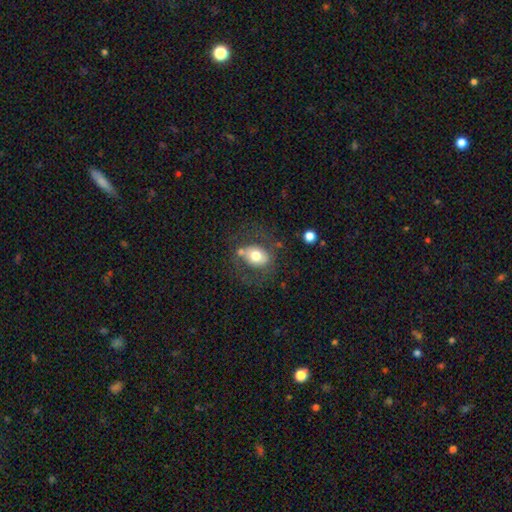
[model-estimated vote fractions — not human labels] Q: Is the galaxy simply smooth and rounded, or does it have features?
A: smooth — 60%.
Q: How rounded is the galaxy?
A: in between — 60%.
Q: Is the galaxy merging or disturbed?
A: none — 55%.